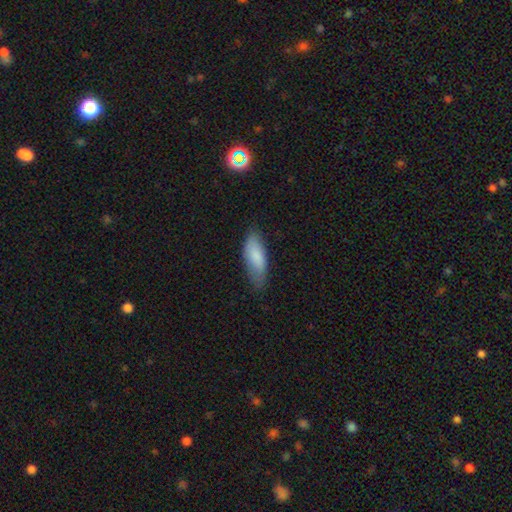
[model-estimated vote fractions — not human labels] smooth 83%, featured or disk 11%, star or artifact 6%. Down the decision tree: how rounded — in between (70%); merging — none (70%).